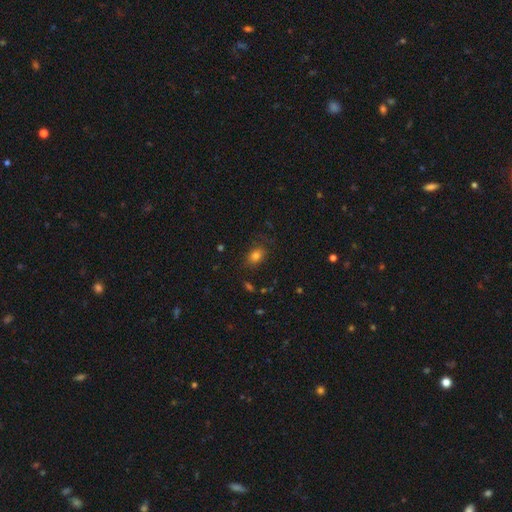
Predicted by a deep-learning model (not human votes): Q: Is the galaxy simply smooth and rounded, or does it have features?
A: smooth — 79%.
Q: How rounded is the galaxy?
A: in between — 70%.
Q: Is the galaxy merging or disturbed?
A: none — 77%.